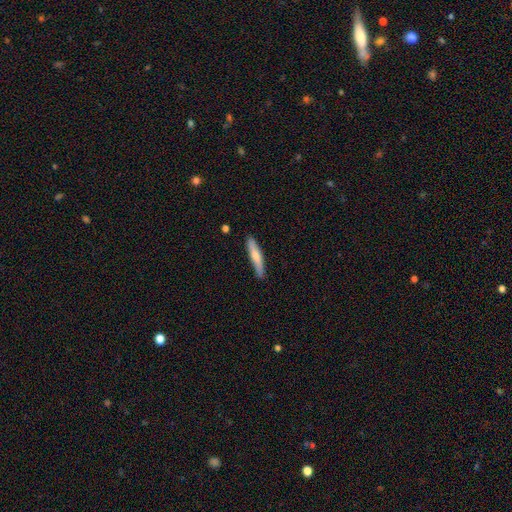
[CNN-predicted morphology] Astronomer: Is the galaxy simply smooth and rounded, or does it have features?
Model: smooth — 67%.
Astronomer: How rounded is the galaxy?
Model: cigar-shaped — 88%.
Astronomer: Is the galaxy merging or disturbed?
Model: none — 82%.